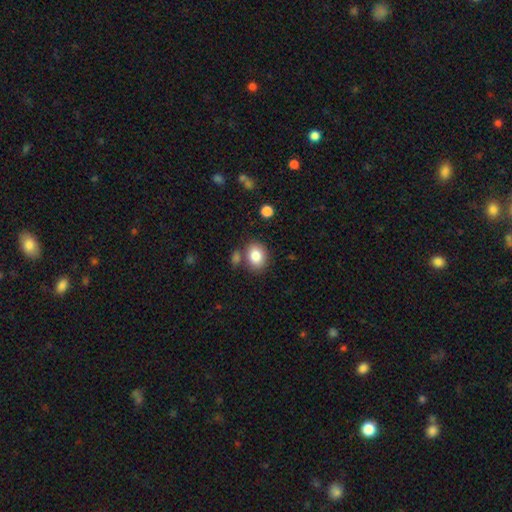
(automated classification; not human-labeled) Overall: smooth (84%). How rounded: in between (55%; round 44%). Merging: none (71%).